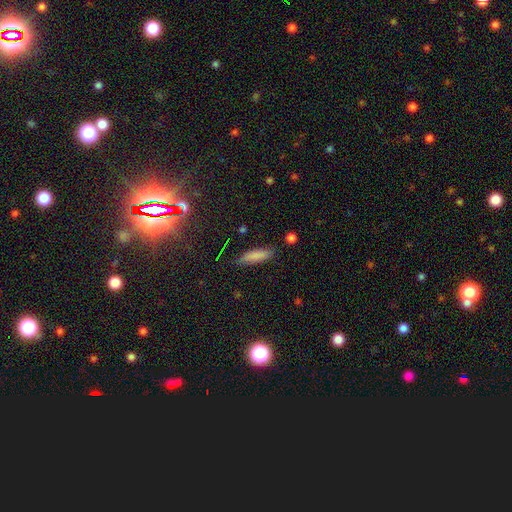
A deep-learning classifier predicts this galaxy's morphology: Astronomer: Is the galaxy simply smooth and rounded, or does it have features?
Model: smooth — 80%.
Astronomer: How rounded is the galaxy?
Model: cigar-shaped — 62%.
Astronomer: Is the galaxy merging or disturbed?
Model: none — 80%.